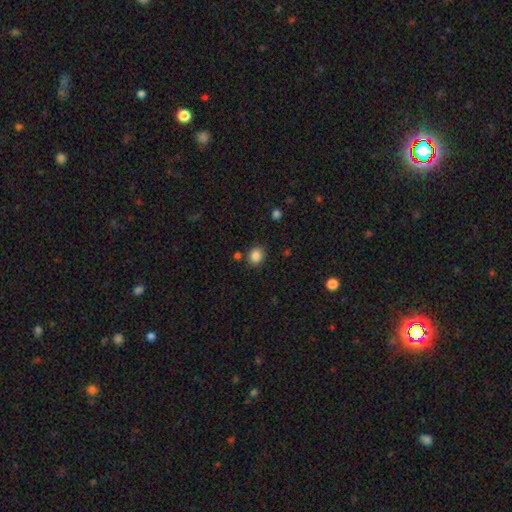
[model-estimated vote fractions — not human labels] Smooth or featured? smooth (86%)
How rounded? round (72%)
Merging? none (82%)